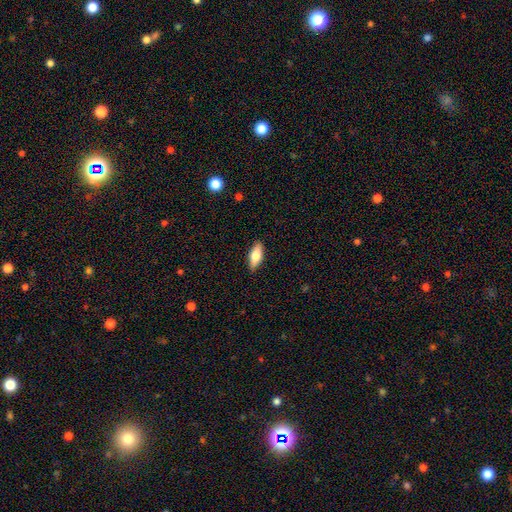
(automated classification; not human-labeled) Smooth or featured?
  - smooth: 73% *
  - featured or disk: 20%
  - star or artifact: 6%
How rounded?
  - in between: 76% *
  - cigar-shaped: 22%
  - round: 2%
Merging?
  - none: 88% *
  - minor disturbance: 9%
  - major disturbance: 2%
  - merger: 1%